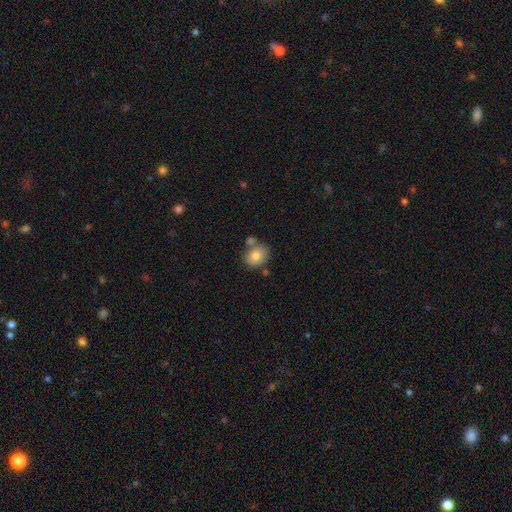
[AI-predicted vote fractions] A smooth galaxy with no disk features (79%) that is round (56%). Merging: none (58%).